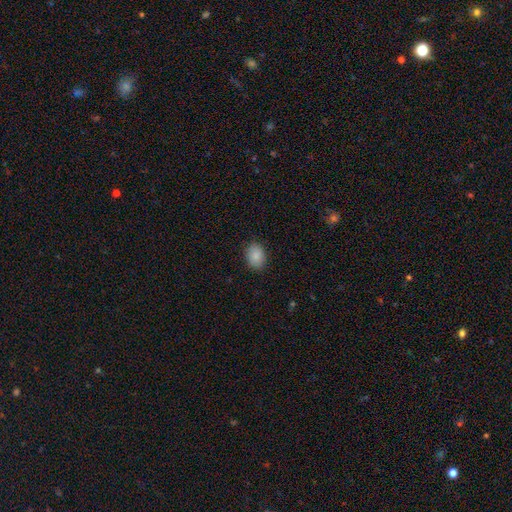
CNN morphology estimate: Smooth or featured?
  - smooth: 89% *
  - star or artifact: 8%
  - featured or disk: 4%
How rounded?
  - in between: 70% *
  - round: 29%
  - cigar-shaped: 1%
Merging?
  - none: 87% *
  - minor disturbance: 9%
  - major disturbance: 2%
  - merger: 1%